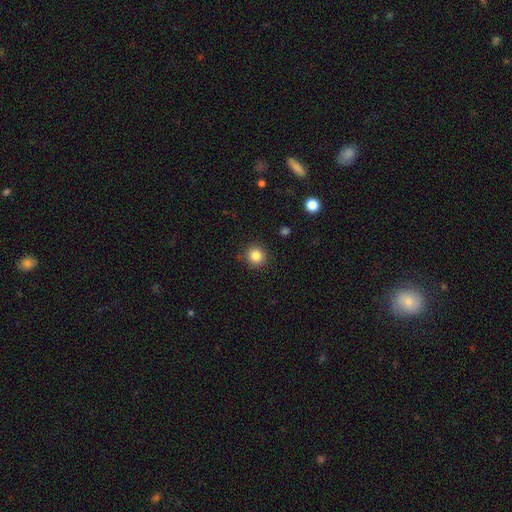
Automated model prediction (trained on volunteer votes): Q: Smooth or featured?
A: smooth (84%); runner-up: star or artifact (11%)
Q: How rounded?
A: round (92%); runner-up: in between (7%)
Q: Merging?
A: none (89%); runner-up: minor disturbance (7%)